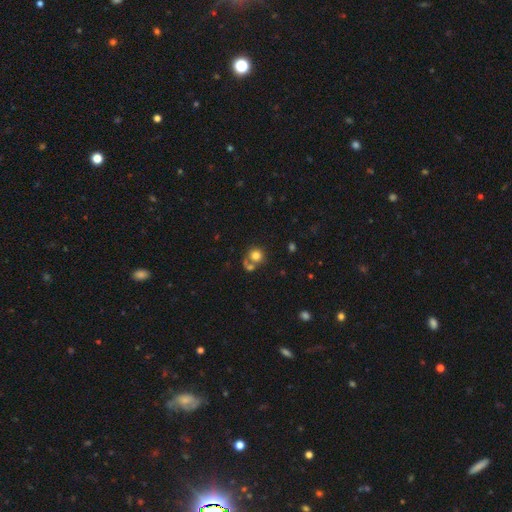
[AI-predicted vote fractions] Smooth or featured? smooth (78%)
How rounded? round (89%)
Merging? none (54%)